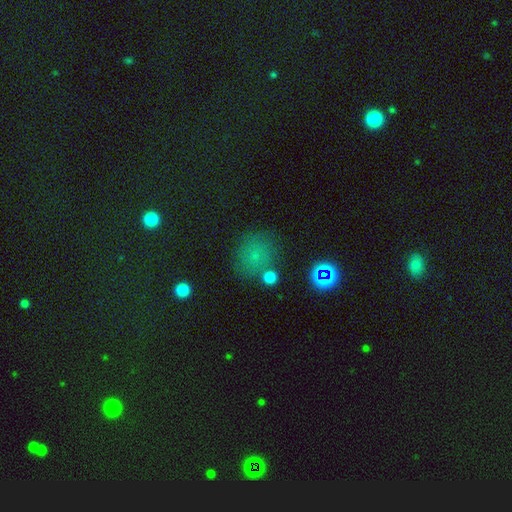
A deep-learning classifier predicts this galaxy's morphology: Q: Smooth or featured?
A: smooth (61%); runner-up: star or artifact (28%)
Q: How rounded?
A: round (82%); runner-up: in between (17%)
Q: Merging?
A: none (72%); runner-up: minor disturbance (15%)